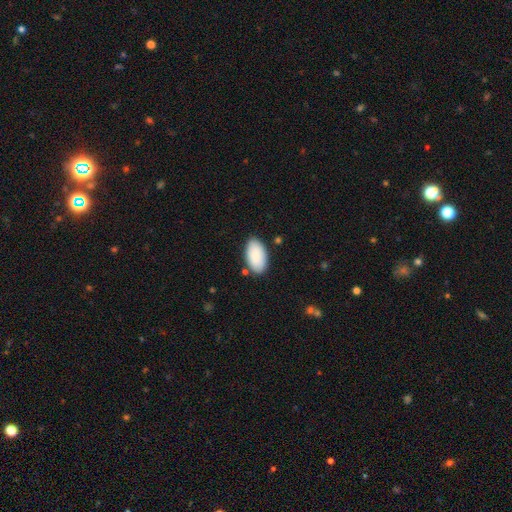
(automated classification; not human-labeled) A smooth galaxy with no disk features (88%) that is in between round and cigar-shaped (96%).

Vote fractions:
- Smooth or featured? smooth: 88% / featured or disk: 6% / star or artifact: 6%
- How rounded? in between: 96% / round: 2% / cigar-shaped: 2%
- Merging? none: 83% / minor disturbance: 12% / major disturbance: 3% / merger: 2%